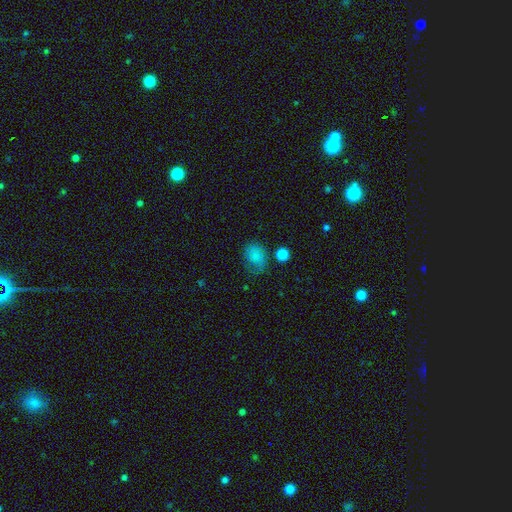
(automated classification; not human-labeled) smooth 79%, star or artifact 11%, featured or disk 10%. Down the decision tree: how rounded — in between (60%); merging — none (49%).